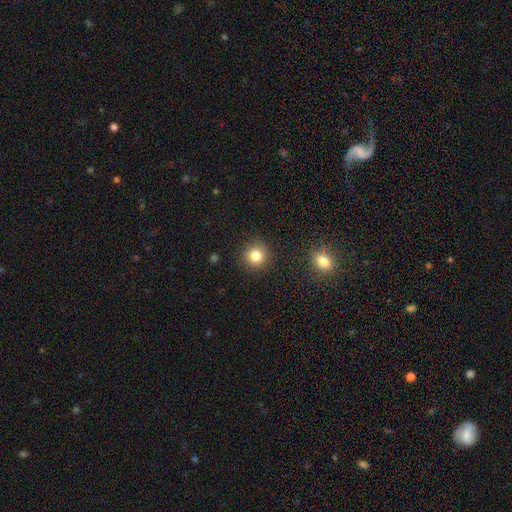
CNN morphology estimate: Smooth or featured?
  - smooth: 83% *
  - star or artifact: 11%
  - featured or disk: 6%
How rounded?
  - round: 92% *
  - in between: 7%
  - cigar-shaped: 1%
Merging?
  - none: 89% *
  - minor disturbance: 7%
  - major disturbance: 3%
  - merger: 2%